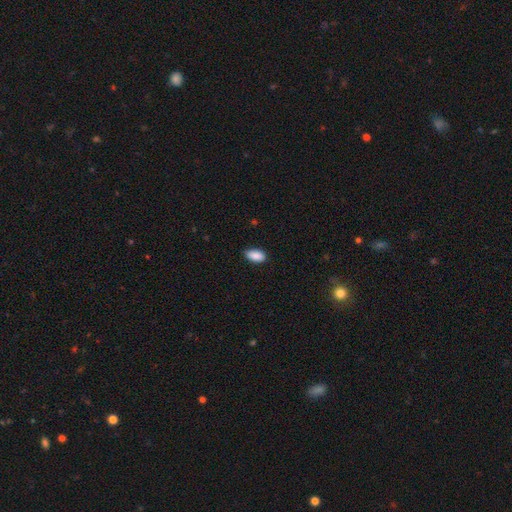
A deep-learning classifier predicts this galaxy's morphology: type=smooth (89%); roundness=in between (93%); merging=none (81%).